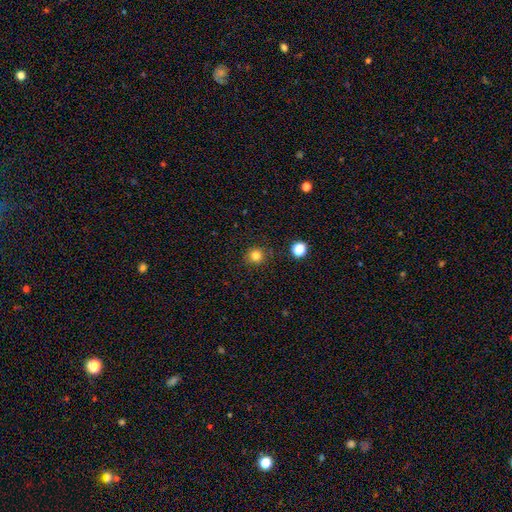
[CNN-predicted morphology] Overall: smooth (82%). How rounded: round (92%). Merging: none (89%).